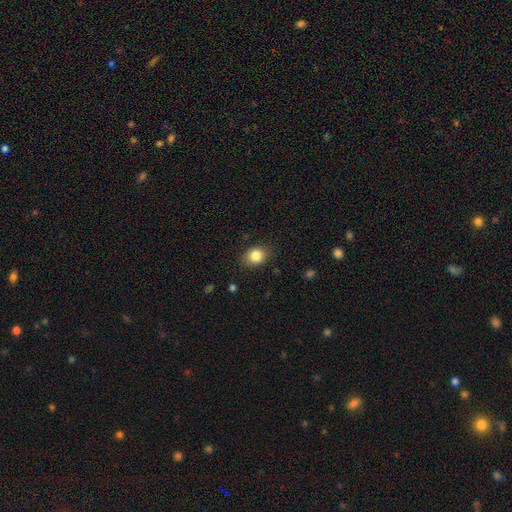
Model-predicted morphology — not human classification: A smooth galaxy with no disk features (84%) that is round (51%).

Vote fractions:
- Smooth or featured? smooth: 84% / star or artifact: 10% / featured or disk: 6%
- How rounded? round: 51% / in between: 48% / cigar-shaped: 1%
- Merging? none: 84% / minor disturbance: 12% / major disturbance: 3% / merger: 1%